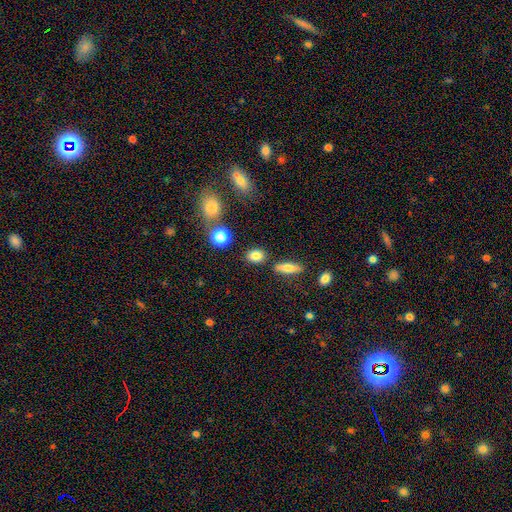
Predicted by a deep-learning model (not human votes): smooth 81%, star or artifact 11%, featured or disk 8%. Down the decision tree: how rounded — in between (62%); merging — none (81%).